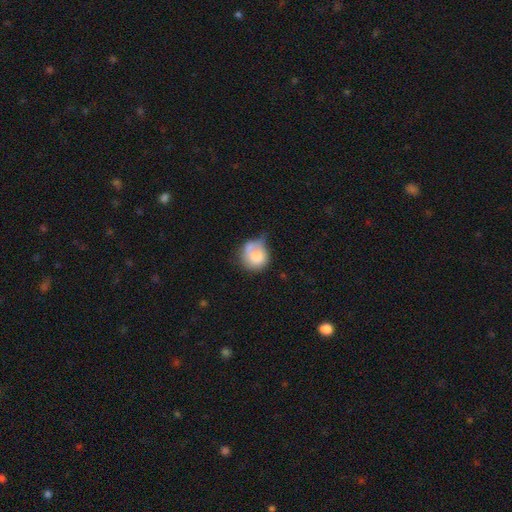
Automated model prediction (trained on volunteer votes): Morphology: type=smooth (74%); roundness=round (81%); merging=none (34%).